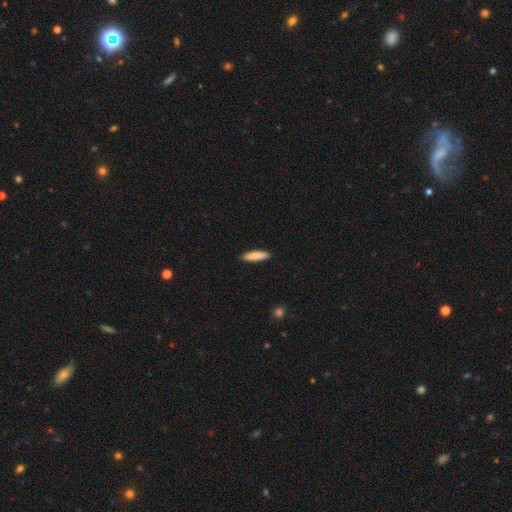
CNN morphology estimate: Overall: smooth (86%). How rounded: cigar-shaped (71%). Merging: none (91%).